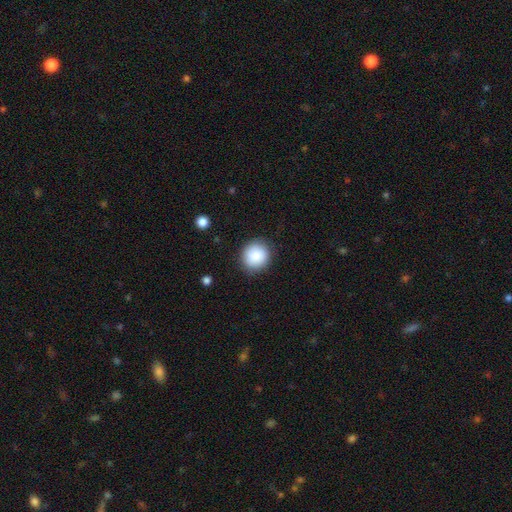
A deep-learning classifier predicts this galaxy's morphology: Smooth or featured: smooth — 87% (star or artifact — 8%)
How rounded: round — 87% (in between — 12%)
Merging: none — 86% (minor disturbance — 10%)